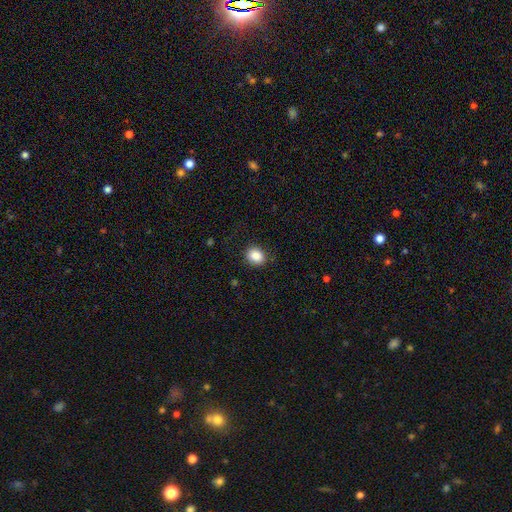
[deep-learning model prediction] smooth 87%, star or artifact 9%, featured or disk 4%. Down the decision tree: how rounded — round (60%); merging — none (86%).